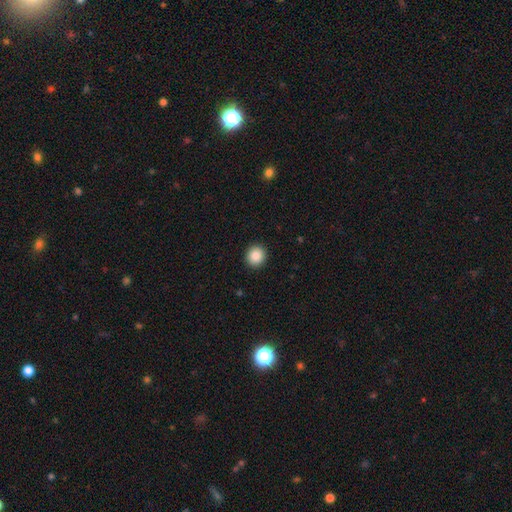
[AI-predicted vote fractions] Smooth or featured? Predicted: smooth (p=0.88). How rounded? Predicted: round (p=0.90). Merging? Predicted: none (p=0.92).